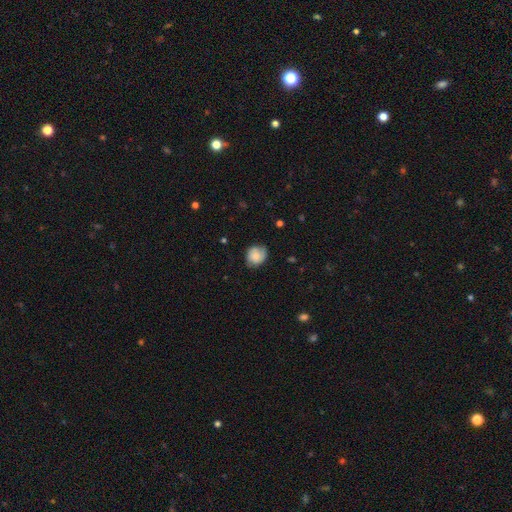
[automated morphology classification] Smooth or featured? Predicted: smooth (p=0.72). How rounded? Predicted: round (p=0.73). Merging? Predicted: none (p=0.66).